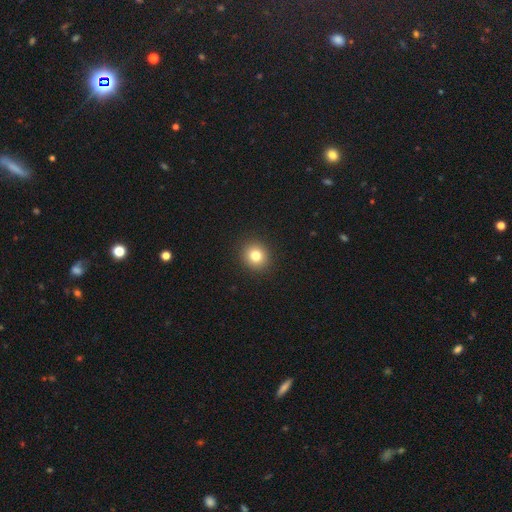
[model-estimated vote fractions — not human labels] Overall: smooth (81%). How rounded: round (87%). Merging: none (92%).